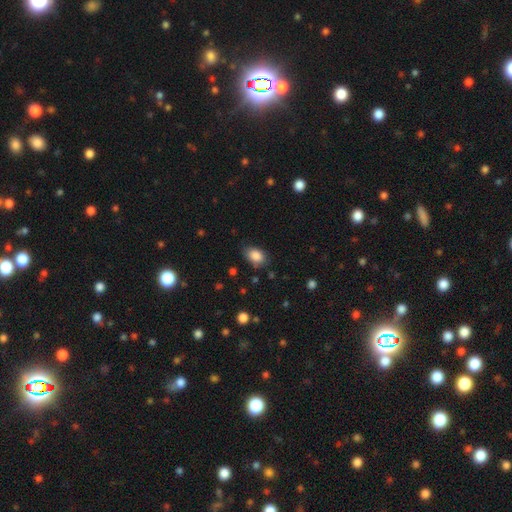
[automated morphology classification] smooth 86%, star or artifact 8%, featured or disk 6%. Down the decision tree: how rounded — in between (85%); merging — none (76%).